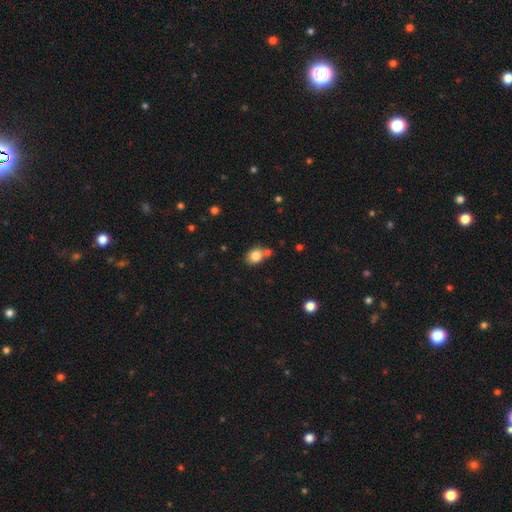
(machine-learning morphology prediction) Q: Smooth or featured?
A: smooth (83%); runner-up: star or artifact (10%)
Q: How rounded?
A: in between (54%); runner-up: round (45%)
Q: Merging?
A: none (63%); runner-up: merger (20%)